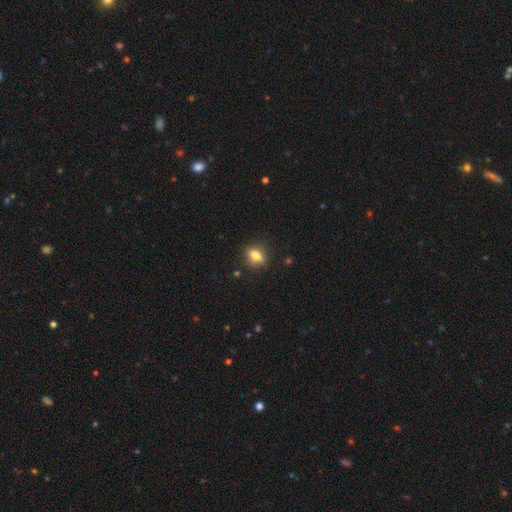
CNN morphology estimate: A smooth galaxy with no disk features (69%) that is in between round and cigar-shaped (62%). Merging: none (85%).